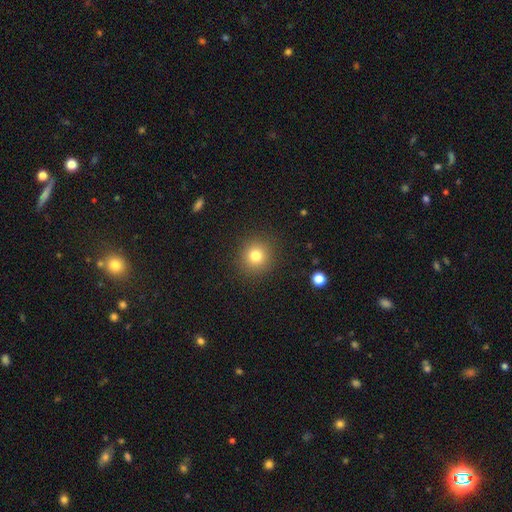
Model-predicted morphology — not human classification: smooth_or_featured: smooth (p=0.79) [alt: star or artifact p=0.13]
how_rounded: round (p=0.92) [alt: in between p=0.07]
merging: none (p=0.90) [alt: minor disturbance p=0.06]